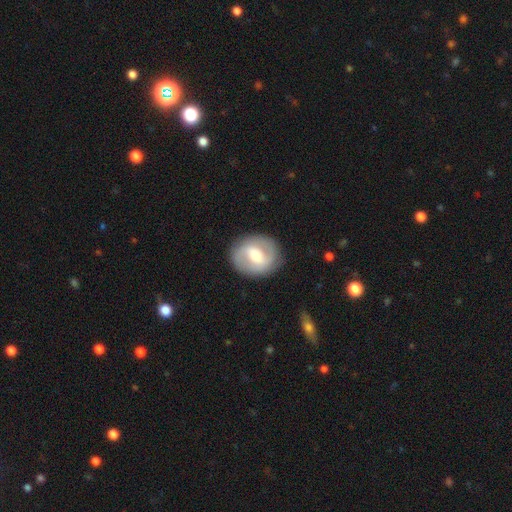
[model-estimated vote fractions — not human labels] Overall: featured or disk (67%; smooth 27%). Edge-on disk: no (96%). Bar: weak (49%; strong 31%). Spiral arms: yes (74%). Bulge size: moderate (72%). Merging: none (86%).